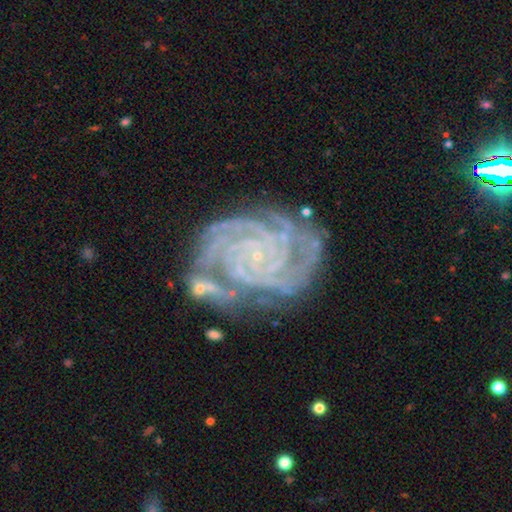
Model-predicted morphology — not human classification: type=featured or disk (90%); edge-on=no (98%); bar=no (70%); spiral arms=yes (99%); winding=tight (82%); arm count=4 (33%); bulge=small (88%); merging=none (62%).